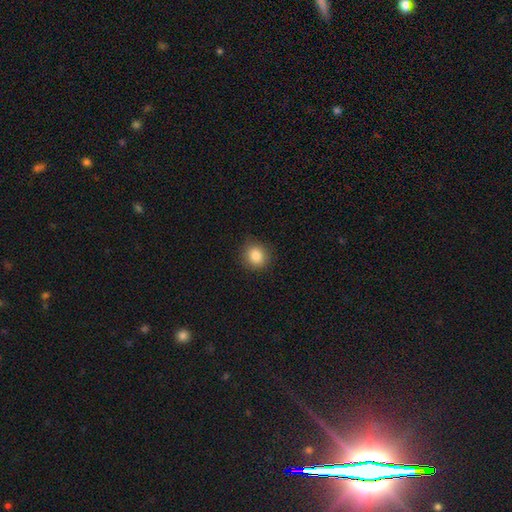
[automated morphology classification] A smooth galaxy with no disk features (85%) that is round (79%). Merging: none (87%).